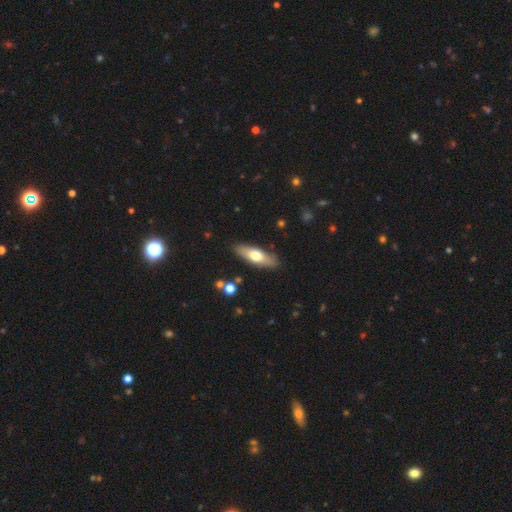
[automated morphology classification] Q: Smooth or featured?
A: smooth (58%); runner-up: featured or disk (36%)
Q: How rounded?
A: in between (51%); runner-up: cigar-shaped (46%)
Q: Merging?
A: none (87%); runner-up: minor disturbance (10%)